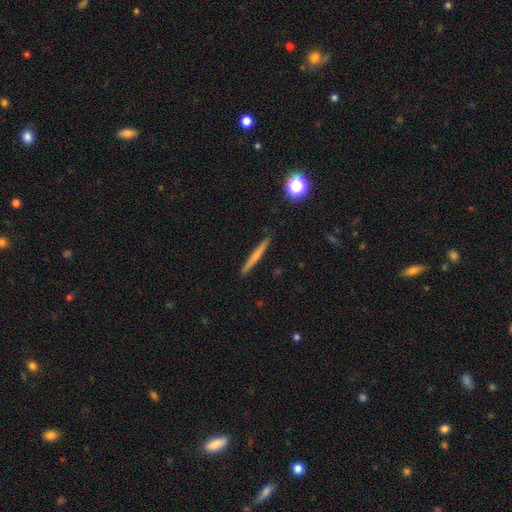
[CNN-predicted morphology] Q: Smooth or featured?
A: smooth (53%); runner-up: featured or disk (40%)
Q: How rounded?
A: cigar-shaped (95%); runner-up: in between (3%)
Q: Merging?
A: none (91%); runner-up: minor disturbance (6%)